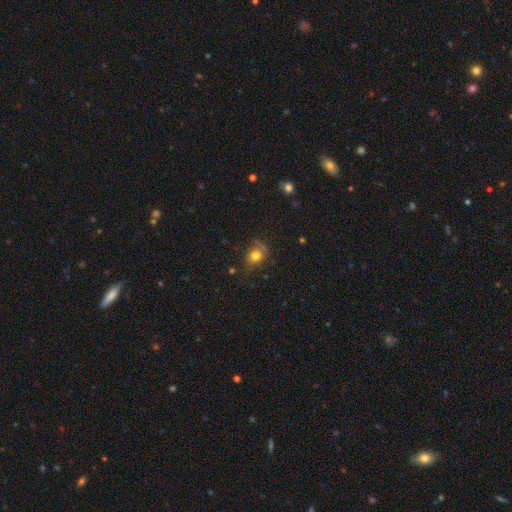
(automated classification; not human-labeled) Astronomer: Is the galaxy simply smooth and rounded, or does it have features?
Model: smooth — 69%.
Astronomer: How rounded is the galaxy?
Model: round — 56% (runner-up: in between, 42%).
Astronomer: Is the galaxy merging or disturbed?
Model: none — 54%.